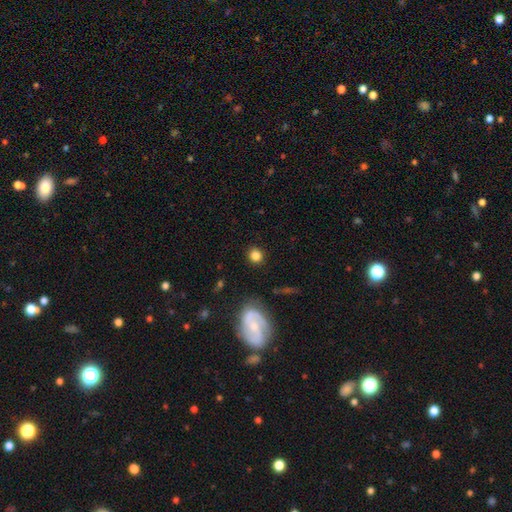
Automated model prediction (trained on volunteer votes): Morphology: type=smooth (81%); roundness=round (85%); merging=none (87%).